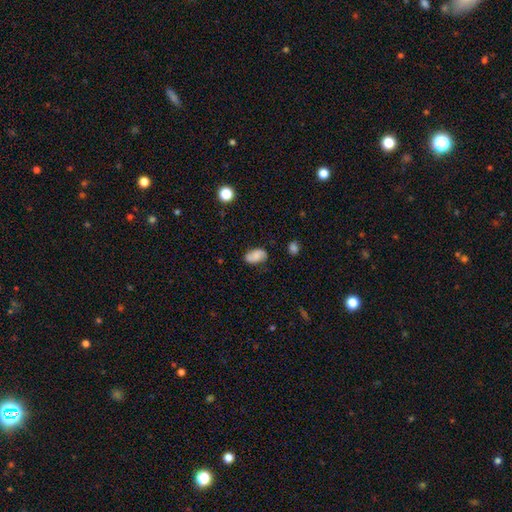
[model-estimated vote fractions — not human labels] Overall: smooth (67%). How rounded: in between (91%). Merging: none (71%).